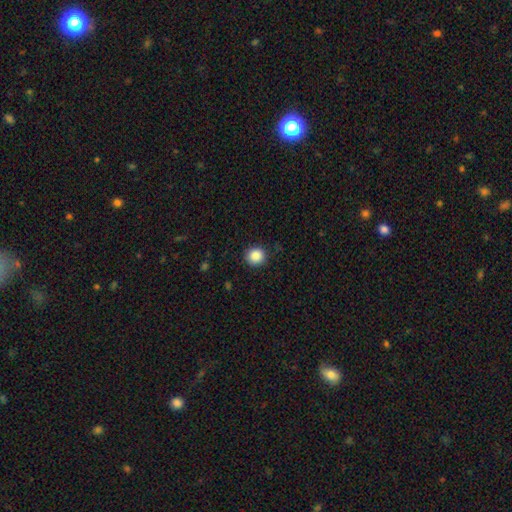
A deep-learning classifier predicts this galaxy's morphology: This appears to be a smooth galaxy with no disk features (87%) that is round (90%). Merging: none (89%).